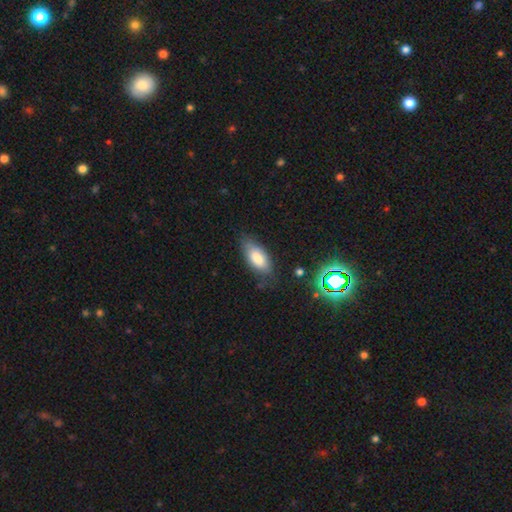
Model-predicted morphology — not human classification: This is likely a smooth galaxy (77%). How rounded: clearly in between (87%). Merging: likely none (72%).